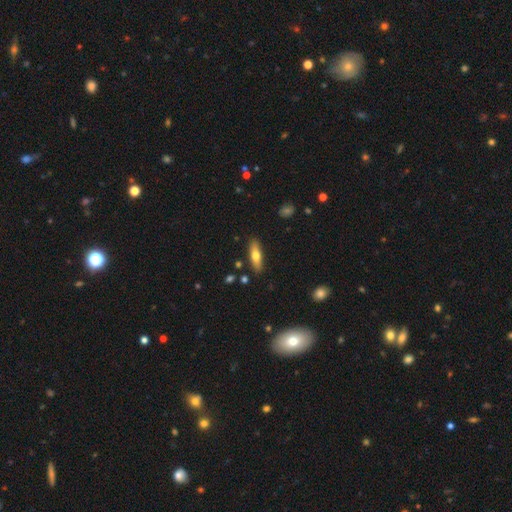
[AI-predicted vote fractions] smooth-or-featured: smooth: 63% | featured or disk: 30% | star or artifact: 7%
  how-rounded: cigar-shaped: 52% | in between: 45% | round: 2%
  merging: none: 87% | minor disturbance: 9% | merger: 2% | major disturbance: 2%